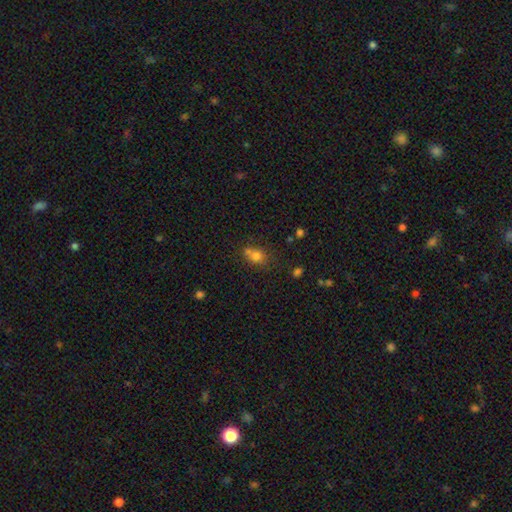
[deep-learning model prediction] The model was most divided on "merging": none: 47%, merger: 25%, minor disturbance: 21%, major disturbance: 8%. More confident: smooth or featured — smooth (75%); how rounded — in between (60%).